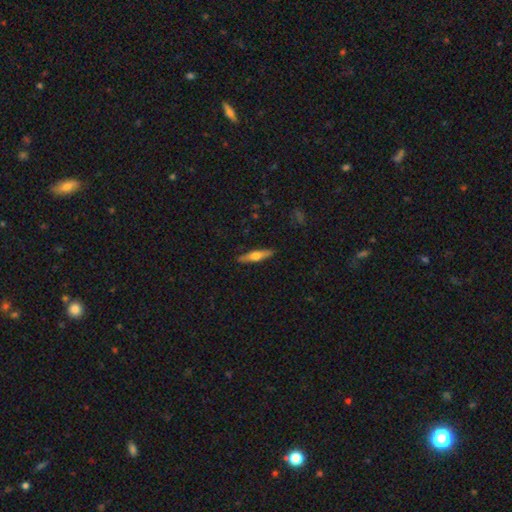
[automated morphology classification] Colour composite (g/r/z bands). It shows a featured or disk galaxy (53%) viewed edge-on (95%) with a rounded central bulge (90%). Merging: none (90%).